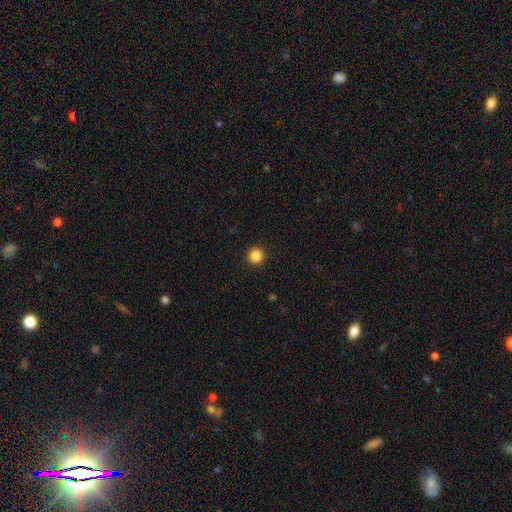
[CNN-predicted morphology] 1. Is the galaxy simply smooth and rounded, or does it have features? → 87% smooth, 10% star or artifact, 3% featured or disk.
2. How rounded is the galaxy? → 95% round, 4% in between, 1% cigar-shaped.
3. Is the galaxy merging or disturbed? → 93% none, 4% minor disturbance, 2% major disturbance, 1% merger.